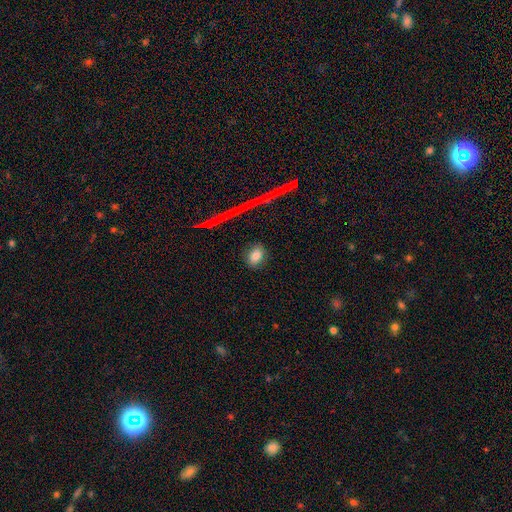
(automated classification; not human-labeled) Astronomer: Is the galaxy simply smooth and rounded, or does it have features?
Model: smooth — 80%.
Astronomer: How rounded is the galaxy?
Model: in between — 58% (runner-up: round, 40%).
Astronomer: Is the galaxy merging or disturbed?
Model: none — 86%.